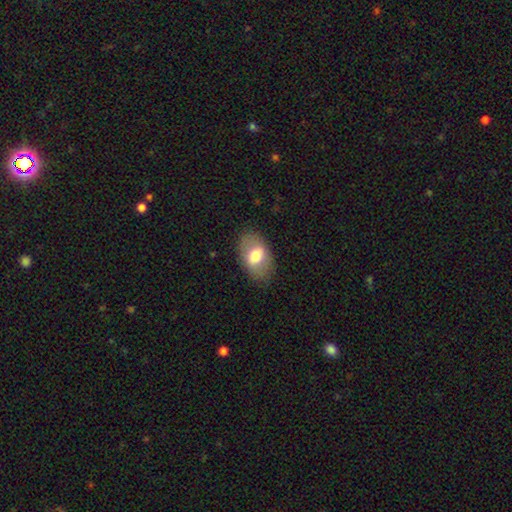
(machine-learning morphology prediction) A smooth galaxy with no disk features (65%) that is in between round and cigar-shaped (88%).

Vote fractions:
- Smooth or featured? smooth: 65% / featured or disk: 27% / star or artifact: 7%
- How rounded? in between: 88% / round: 10% / cigar-shaped: 1%
- Merging? none: 79% / minor disturbance: 15% / major disturbance: 5% / merger: 1%